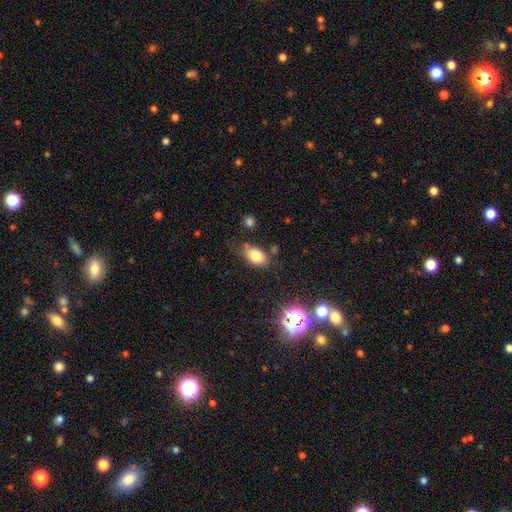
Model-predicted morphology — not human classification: smooth_or_featured: smooth (p=0.80) [alt: star or artifact p=0.11]
how_rounded: in between (p=0.86) [alt: round p=0.13]
merging: none (p=0.72) [alt: minor disturbance p=0.18]